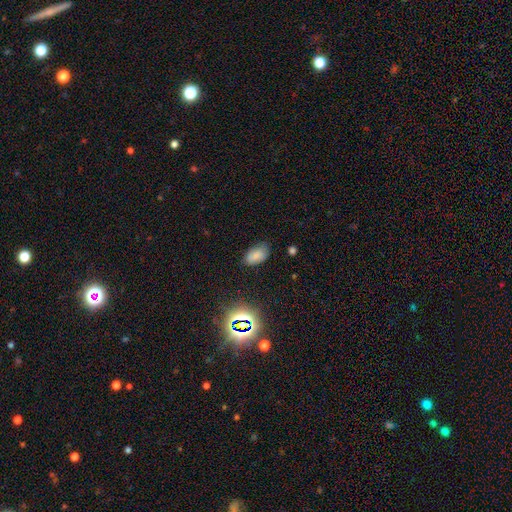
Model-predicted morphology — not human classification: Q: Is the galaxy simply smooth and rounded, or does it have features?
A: smooth — 76%.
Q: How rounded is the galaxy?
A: in between — 92%.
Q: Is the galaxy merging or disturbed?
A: none — 71%.